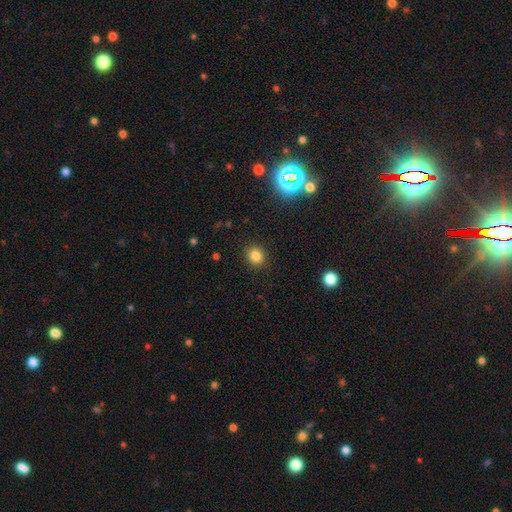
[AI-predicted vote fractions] This is clearly a smooth galaxy (81%). How rounded: likely round (75%). Merging: clearly none (90%).